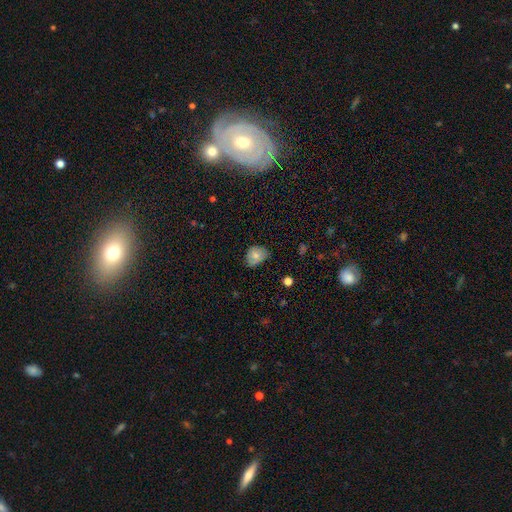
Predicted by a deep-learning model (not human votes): Smooth or featured?
  - smooth: 70% *
  - featured or disk: 20%
  - star or artifact: 9%
How rounded?
  - in between: 52% *
  - round: 47%
  - cigar-shaped: 1%
Merging?
  - none: 47% *
  - minor disturbance: 41%
  - major disturbance: 10%
  - merger: 2%